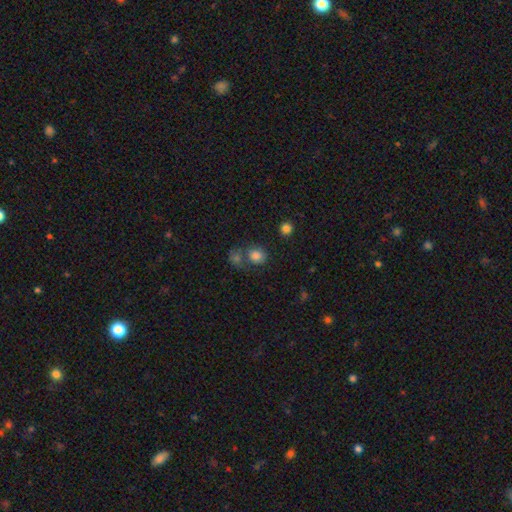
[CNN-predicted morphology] Smooth or featured? smooth (81%)
How rounded? round (75%)
Merging? none (55%)